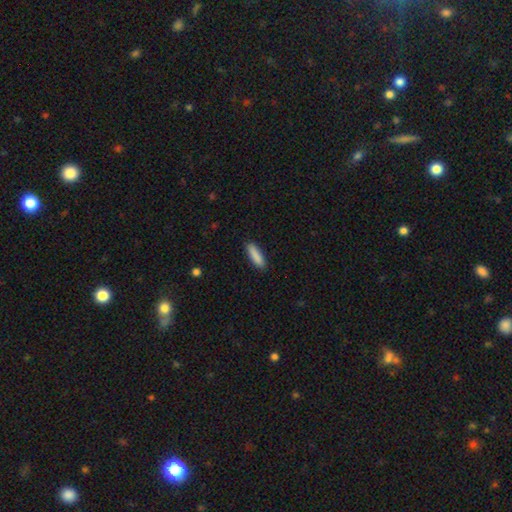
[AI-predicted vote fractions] Smooth or featured? Predicted: smooth (p=0.89). How rounded? Predicted: cigar-shaped (p=0.60). Merging? Predicted: none (p=0.88).